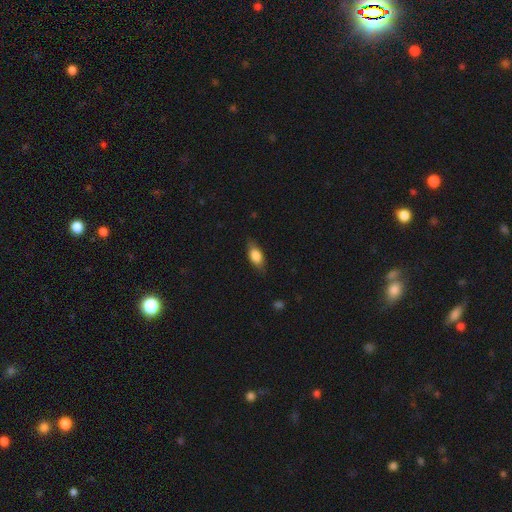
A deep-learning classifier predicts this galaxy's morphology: Smooth or featured: smooth — 76% (featured or disk — 17%)
How rounded: in between — 82% (cigar-shaped — 13%)
Merging: none — 78% (minor disturbance — 17%)